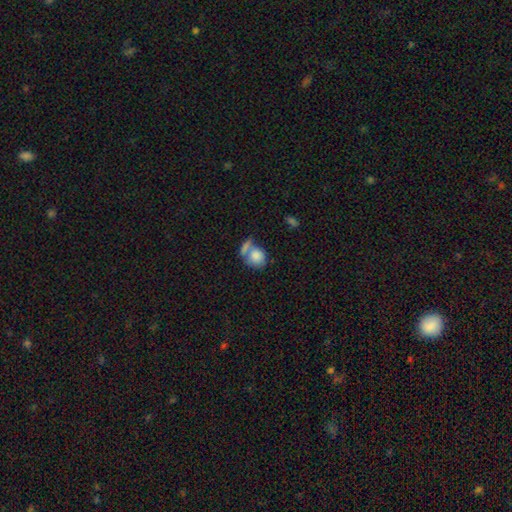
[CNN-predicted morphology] smooth 81%, featured or disk 12%, star or artifact 7%. Down the decision tree: how rounded — round (63%); merging — merger (43%).